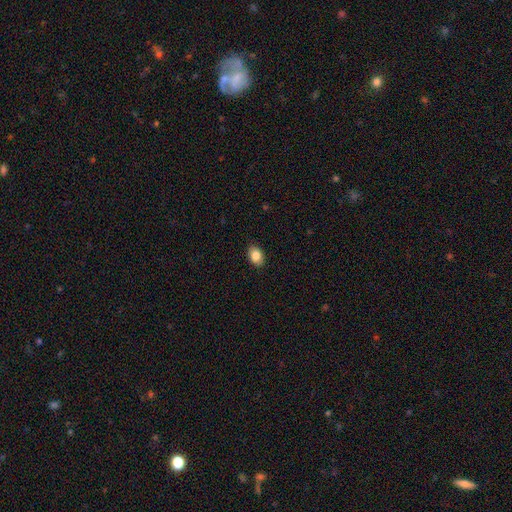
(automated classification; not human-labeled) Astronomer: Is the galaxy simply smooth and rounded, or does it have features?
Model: smooth — 85%.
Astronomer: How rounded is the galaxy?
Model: in between — 81%.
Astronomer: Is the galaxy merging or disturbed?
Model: none — 89%.